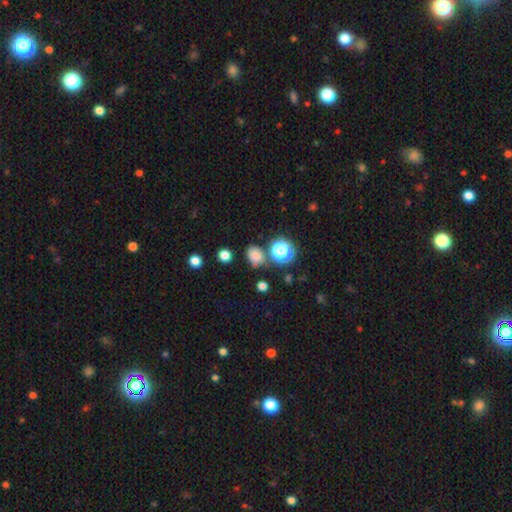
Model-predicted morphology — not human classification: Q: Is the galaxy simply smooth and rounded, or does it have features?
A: smooth — 74%.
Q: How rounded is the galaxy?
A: round — 50%.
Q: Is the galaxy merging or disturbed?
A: none — 69%.